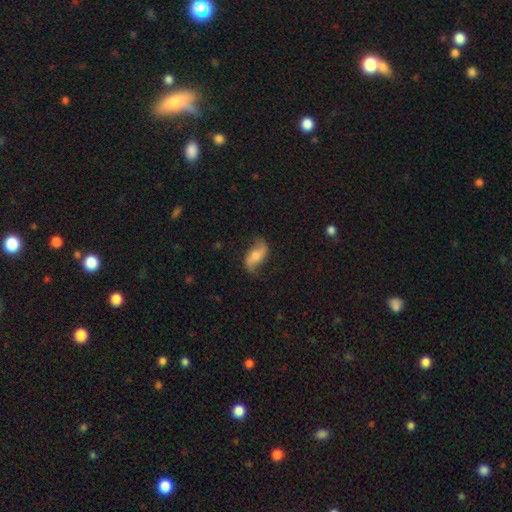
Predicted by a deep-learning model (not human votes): Smooth or featured?
  - featured or disk: 55% *
  - smooth: 37%
  - star or artifact: 7%
Edge-on disk?
  - no: 91% *
  - yes: 9%
Bar?
  - no: 48% *
  - weak: 33%
  - strong: 19%
Spiral arms?
  - yes: 87% *
  - no: 13%
Bulge size?
  - moderate: 50% *
  - small: 29%
  - large: 11%
  - none: 7%
  - dominant: 2%
Merging?
  - none: 72% *
  - minor disturbance: 20%
  - major disturbance: 7%
  - merger: 1%